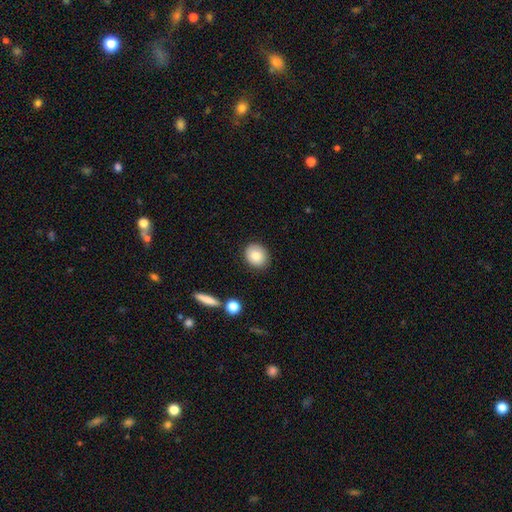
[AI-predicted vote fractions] smooth 82%, featured or disk 9%, star or artifact 8%. Down the decision tree: how rounded — round (65%); merging — none (87%).